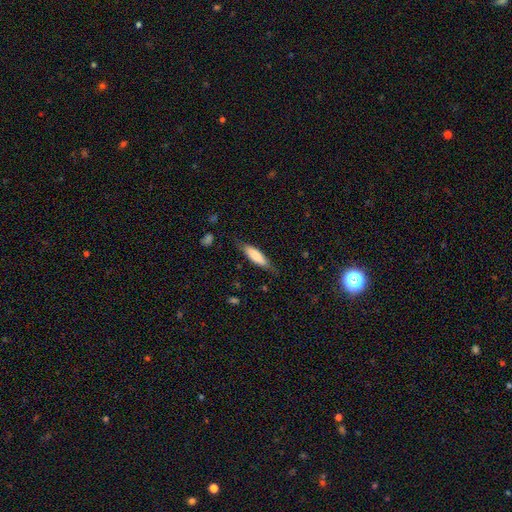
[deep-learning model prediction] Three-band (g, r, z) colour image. It shows a smooth galaxy with no disk features (75%) that is cigar-shaped (57%). Merging: none (74%).